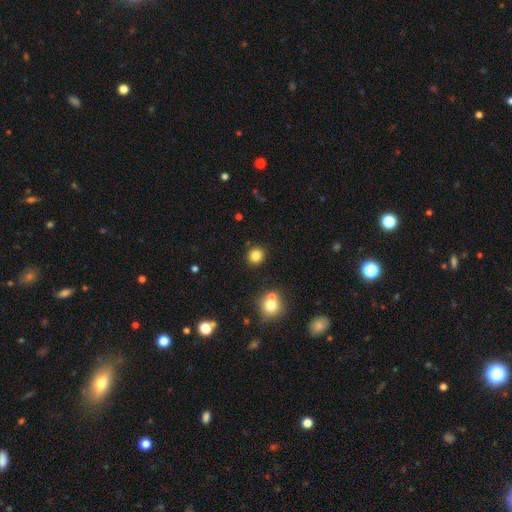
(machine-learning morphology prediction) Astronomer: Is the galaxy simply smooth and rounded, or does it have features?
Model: smooth — 83%.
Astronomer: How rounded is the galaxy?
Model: round — 87%.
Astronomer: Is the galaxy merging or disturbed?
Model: none — 87%.